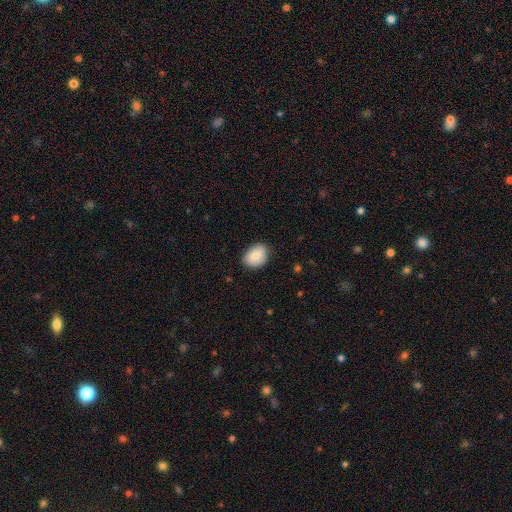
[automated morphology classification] The model was most divided on "how rounded": in between: 70%, round: 29%, cigar-shaped: 1%. More confident: merging — none (84%); smooth or featured — smooth (82%).